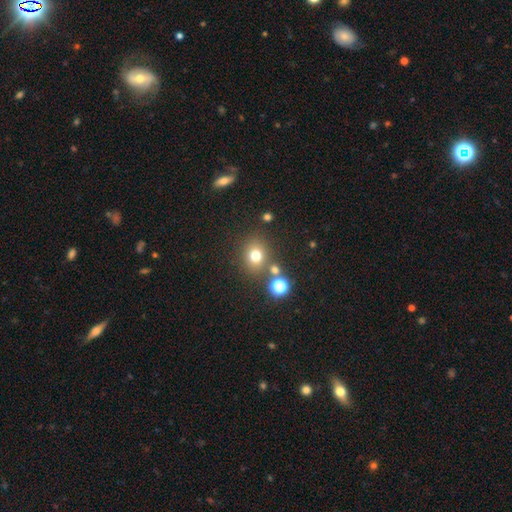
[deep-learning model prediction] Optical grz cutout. It shows a smooth galaxy with no disk features (62%) that is round (73%). Merging: none (72%).